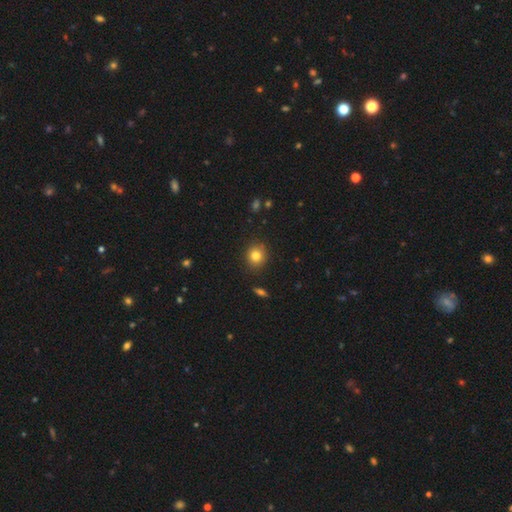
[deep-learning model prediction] The model was most divided on "how rounded": round: 81%, in between: 18%, cigar-shaped: 1%. More confident: merging — none (87%); smooth or featured — smooth (81%).